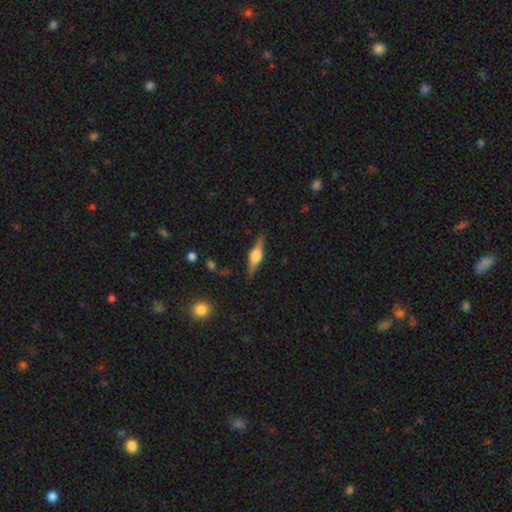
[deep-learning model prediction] This appears to be a featured or disk galaxy (77%) viewed edge-on (97%) with a rounded central bulge (90%). Merging: none (88%).